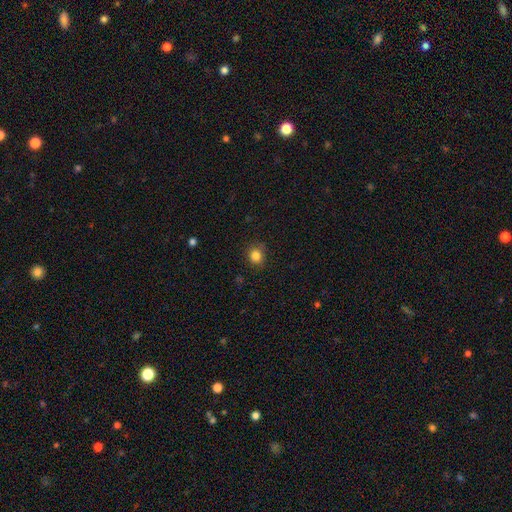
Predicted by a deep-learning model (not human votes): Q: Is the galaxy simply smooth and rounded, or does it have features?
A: smooth — 84%.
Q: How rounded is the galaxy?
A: round — 78%.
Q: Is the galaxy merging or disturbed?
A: none — 82%.